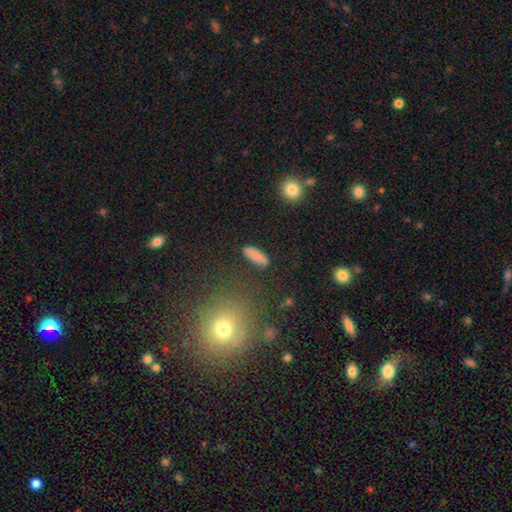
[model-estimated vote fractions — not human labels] Smooth or featured?
  - smooth: 80% *
  - featured or disk: 12%
  - star or artifact: 8%
How rounded?
  - in between: 62% *
  - cigar-shaped: 35%
  - round: 3%
Merging?
  - none: 82% *
  - minor disturbance: 12%
  - major disturbance: 3%
  - merger: 2%